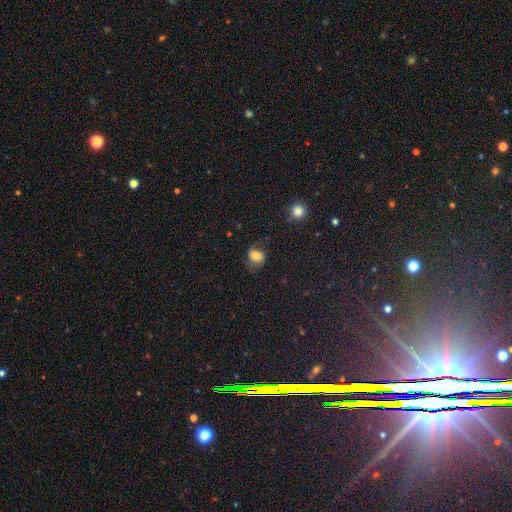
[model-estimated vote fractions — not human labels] Smooth or featured: smooth — 69% (featured or disk — 20%)
How rounded: round — 50% (in between — 49%)
Merging: none — 49% (minor disturbance — 27%)